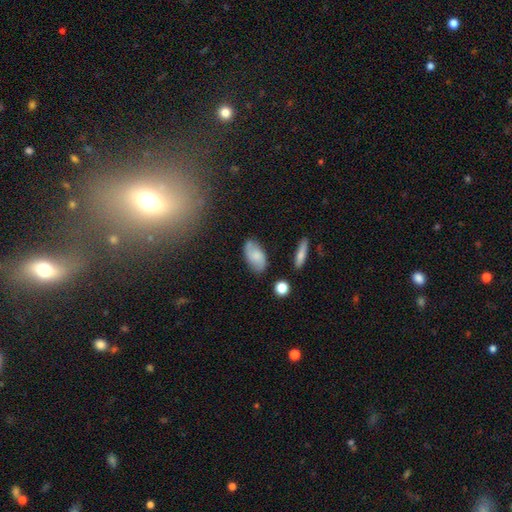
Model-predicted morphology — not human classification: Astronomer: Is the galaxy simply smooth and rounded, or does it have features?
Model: smooth — 66%.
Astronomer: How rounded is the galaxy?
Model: in between — 93%.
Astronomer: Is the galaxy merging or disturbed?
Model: none — 74%.